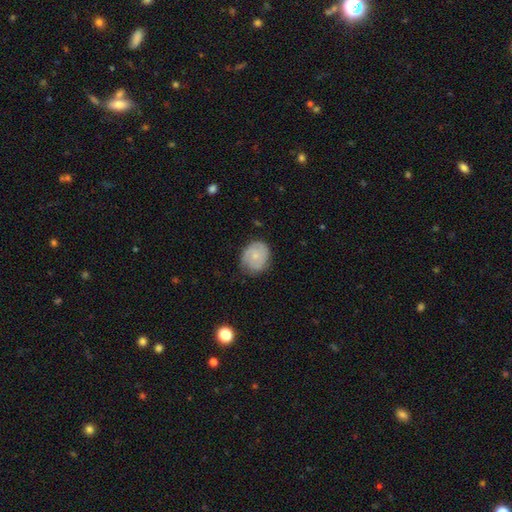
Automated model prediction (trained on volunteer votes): Q: Smooth or featured?
A: featured or disk (48%); runner-up: smooth (45%)
Q: Merging?
A: none (69%); runner-up: minor disturbance (23%)